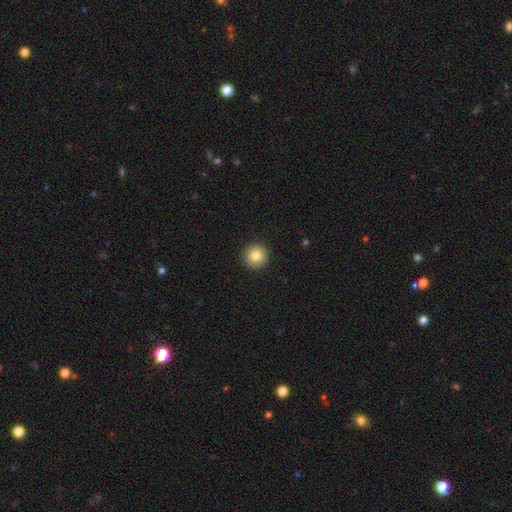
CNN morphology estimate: type=smooth (83%); roundness=round (96%); merging=none (93%).